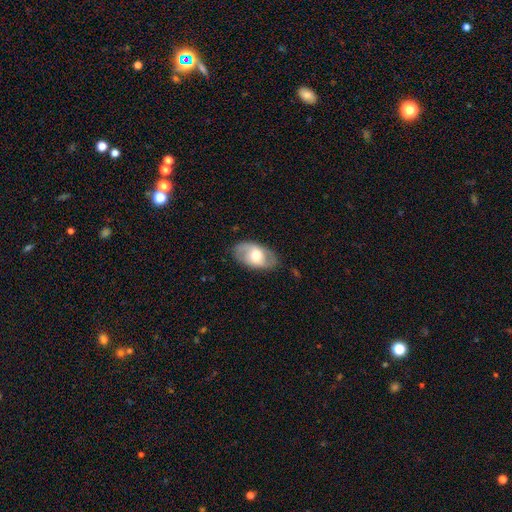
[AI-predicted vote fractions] featured or disk 51%, smooth 43%, star or artifact 6%. Down the decision tree: edge-on disk — no (91%); merging — none (80%).